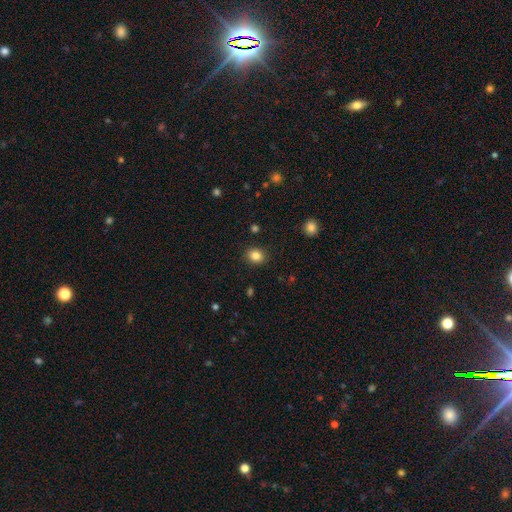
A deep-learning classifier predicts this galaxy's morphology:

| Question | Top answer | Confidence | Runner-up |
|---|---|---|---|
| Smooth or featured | smooth | 85% | star or artifact (11%) |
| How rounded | round | 64% | in between (35%) |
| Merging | none | 89% | minor disturbance (7%) |